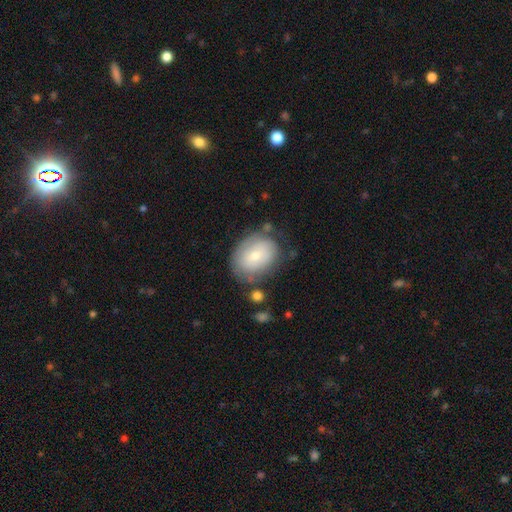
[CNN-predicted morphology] Smooth or featured?
  - smooth: 63% *
  - featured or disk: 30%
  - star or artifact: 8%
How rounded?
  - in between: 55% *
  - round: 44%
  - cigar-shaped: 1%
Merging?
  - none: 66% *
  - minor disturbance: 22%
  - major disturbance: 8%
  - merger: 5%